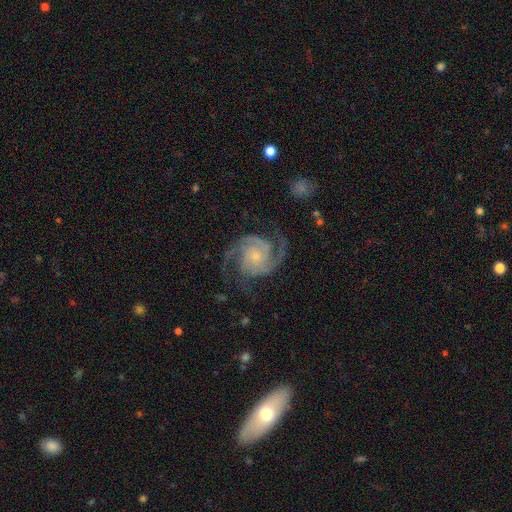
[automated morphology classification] smooth-or-featured: featured or disk: 93% | star or artifact: 4% | smooth: 3%
  disk-edge-on: no: 98% | yes: 2%
    bar: no: 74% | weak: 20% | strong: 6%
    has-spiral-arms: yes: 99% | no: 1%
      spiral-winding: medium: 49% | tight: 42% | loose: 9%
      spiral-arm-count: 2: 54% | 3: 29% | 4: 5% | can't tell: 5% | 1: 4% | more than 4: 4%
    bulge-size: small: 70% | moderate: 22% | none: 5% | large: 2% | dominant: 1%
  merging: none: 74% | minor disturbance: 15% | major disturbance: 10% | merger: 1%